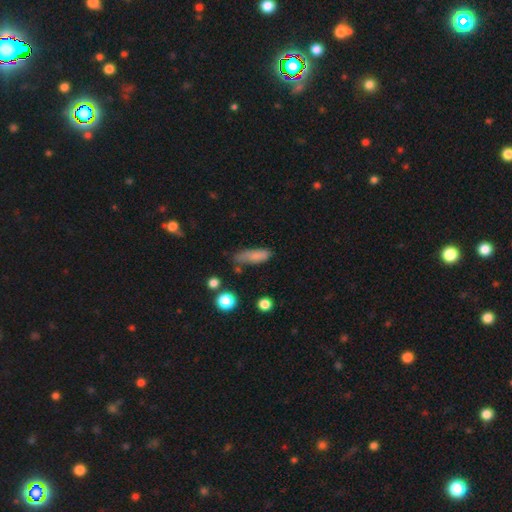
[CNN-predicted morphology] smooth_or_featured: smooth (p=0.79) [alt: featured or disk p=0.12]
how_rounded: in between (p=0.56) [alt: cigar-shaped p=0.41]
merging: none (p=0.55) [alt: minor disturbance p=0.29]